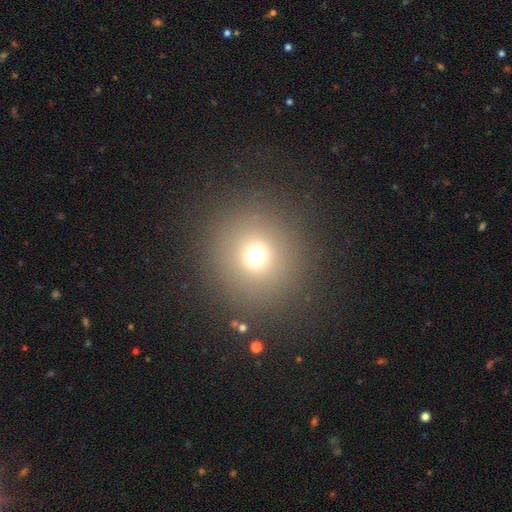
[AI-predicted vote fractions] smooth-or-featured: smooth: 67% | star or artifact: 25% | featured or disk: 8%
  how-rounded: round: 91% | in between: 8% | cigar-shaped: 1%
  merging: none: 85% | minor disturbance: 7% | major disturbance: 5% | merger: 3%